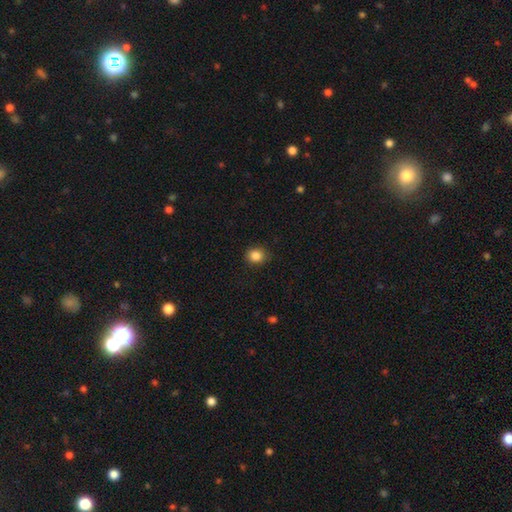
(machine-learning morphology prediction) type=smooth (86%); roundness=round (77%); merging=none (86%).